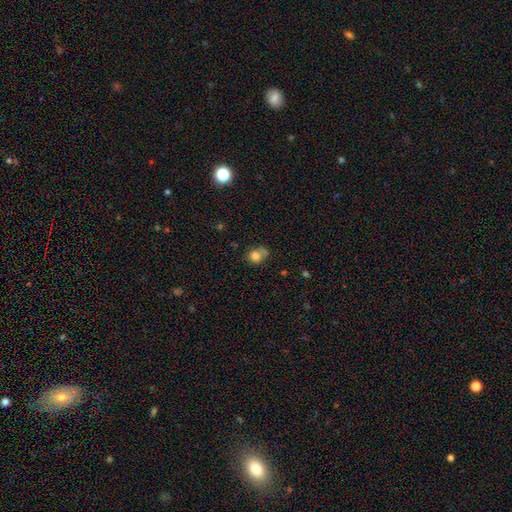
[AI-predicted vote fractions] The model was most divided on "merging": none: 51%, minor disturbance: 23%, merger: 16%, major disturbance: 10%. More confident: smooth or featured — smooth (79%); how rounded — round (73%).